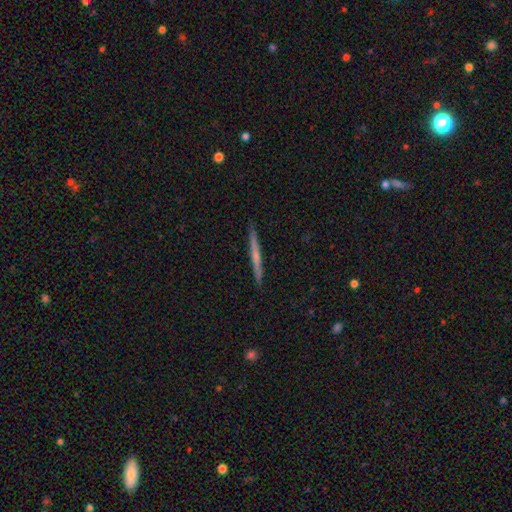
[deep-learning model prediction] Q: Smooth or featured?
A: featured or disk (52%); runner-up: smooth (42%)
Q: Edge-on disk?
A: yes (97%); runner-up: no (3%)
Q: Edge-on bulge?
A: none (72%); runner-up: rounded (23%)
Q: Merging?
A: none (91%); runner-up: minor disturbance (6%)